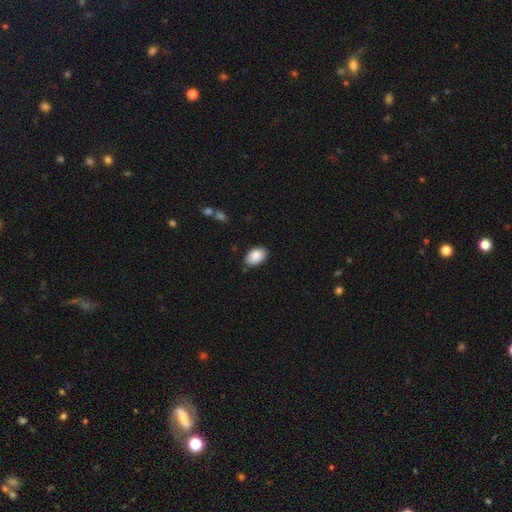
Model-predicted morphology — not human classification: Smooth or featured? smooth (87%)
How rounded? in between (91%)
Merging? none (84%)